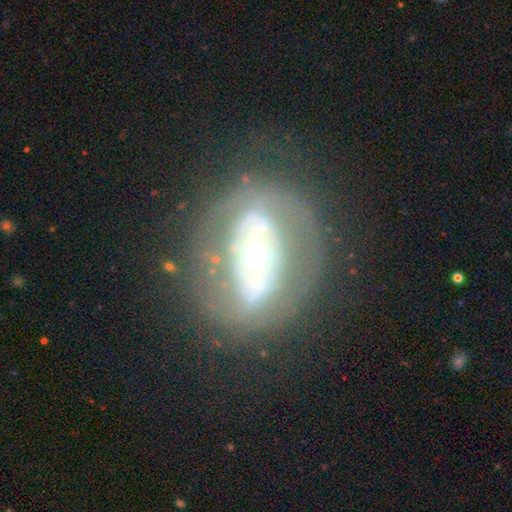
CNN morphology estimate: smooth_or_featured: featured or disk (p=0.73) [alt: smooth p=0.20]
disk_edge_on: no (p=0.92) [alt: yes p=0.08]
bar: strong (p=0.39) [alt: no p=0.36]
has_spiral_arms: no (p=0.58) [alt: yes p=0.42]
bulge_size: moderate (p=0.62) [alt: small p=0.21]
merging: none (p=0.68) [alt: minor disturbance p=0.17]